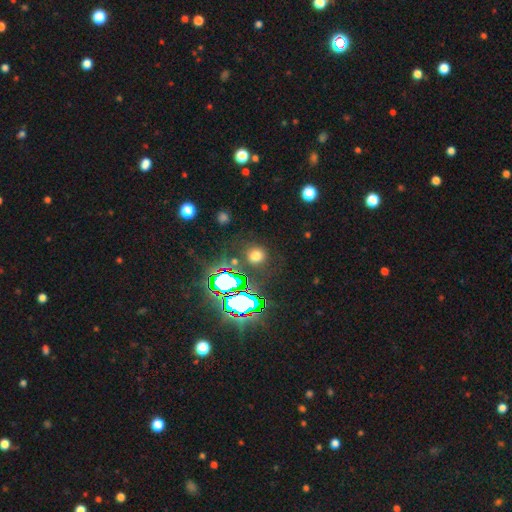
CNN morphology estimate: This appears to be a smooth galaxy with no disk features (62%) that is round (89%). Merging: none (86%).